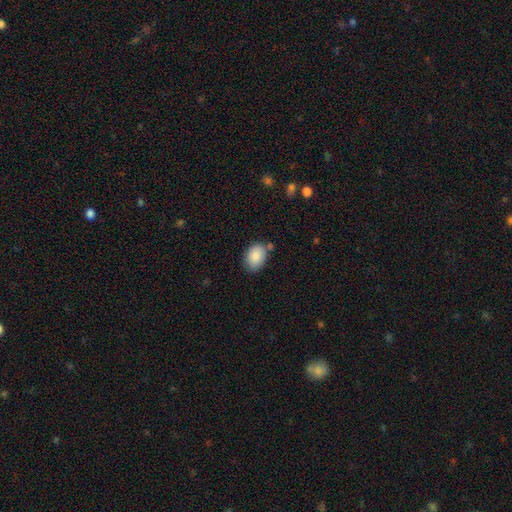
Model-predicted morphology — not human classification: This is clearly a smooth galaxy (88%). How rounded: clearly in between (84%). Merging: likely none (73%).